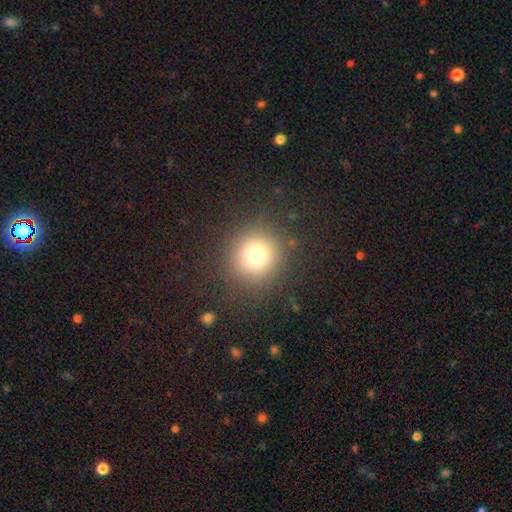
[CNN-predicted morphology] smooth_or_featured: smooth (p=0.74) [alt: star or artifact p=0.17]
how_rounded: round (p=0.94) [alt: in between p=0.06]
merging: none (p=0.87) [alt: minor disturbance p=0.07]